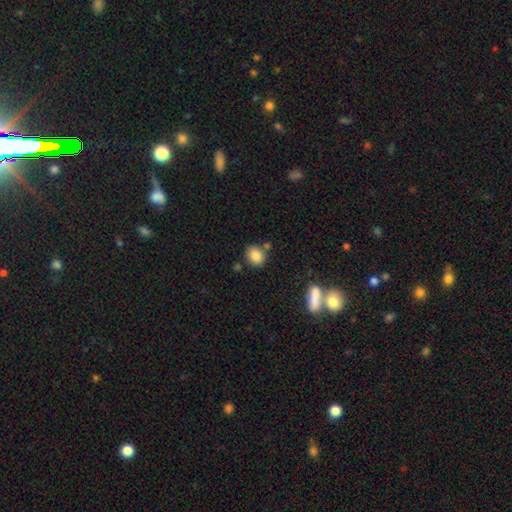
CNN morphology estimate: Q: Smooth or featured?
A: smooth (85%); runner-up: star or artifact (9%)
Q: How rounded?
A: round (51%); runner-up: in between (47%)
Q: Merging?
A: none (74%); runner-up: minor disturbance (12%)